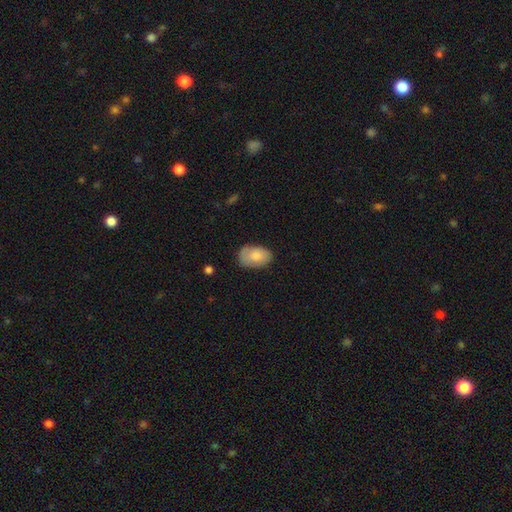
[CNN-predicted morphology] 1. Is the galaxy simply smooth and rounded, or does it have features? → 82% smooth, 12% featured or disk, 7% star or artifact.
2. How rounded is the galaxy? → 89% in between, 9% round, 1% cigar-shaped.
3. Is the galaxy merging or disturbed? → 69% none, 24% minor disturbance, 6% major disturbance, 2% merger.